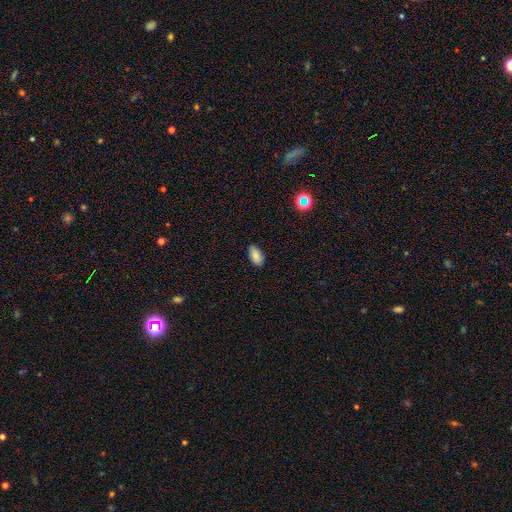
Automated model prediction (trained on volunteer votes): Q: Smooth or featured?
A: smooth (83%); runner-up: star or artifact (9%)
Q: How rounded?
A: in between (93%); runner-up: round (4%)
Q: Merging?
A: none (84%); runner-up: minor disturbance (13%)